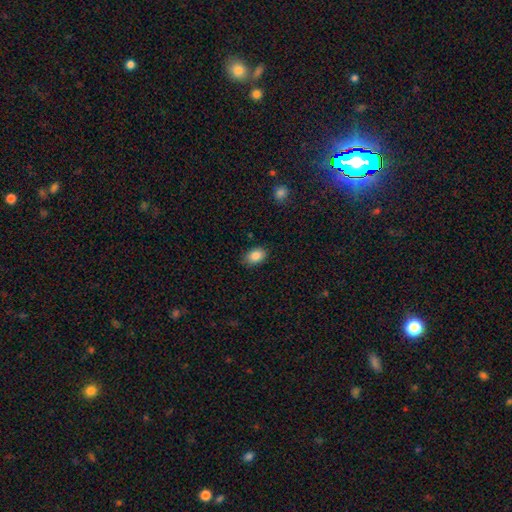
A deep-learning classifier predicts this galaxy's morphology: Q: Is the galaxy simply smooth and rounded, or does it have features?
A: smooth — 86%.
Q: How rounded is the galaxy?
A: in between — 85%.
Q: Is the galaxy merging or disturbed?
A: none — 85%.